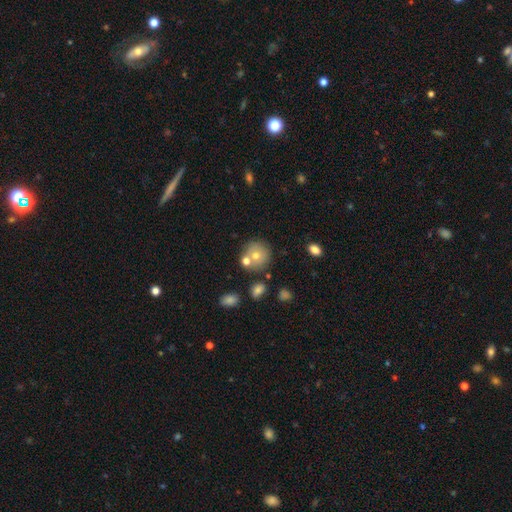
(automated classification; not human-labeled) A smooth galaxy with no disk features (67%) that is round (88%). Merging: none (62%).